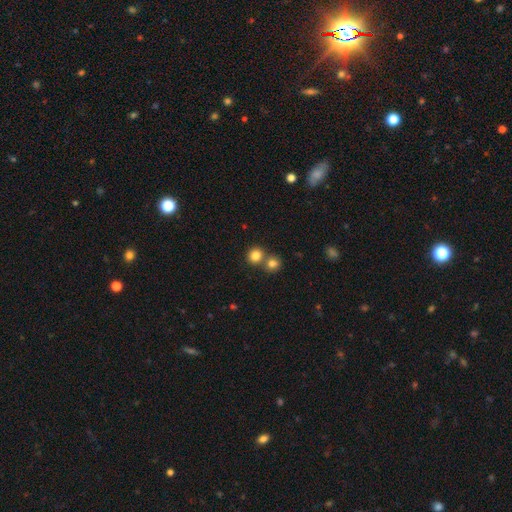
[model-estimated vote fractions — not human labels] Smooth or featured?
  - smooth: 83% *
  - star or artifact: 11%
  - featured or disk: 6%
How rounded?
  - round: 87% *
  - in between: 12%
  - cigar-shaped: 1%
Merging?
  - none: 58% *
  - merger: 33%
  - minor disturbance: 6%
  - major disturbance: 2%